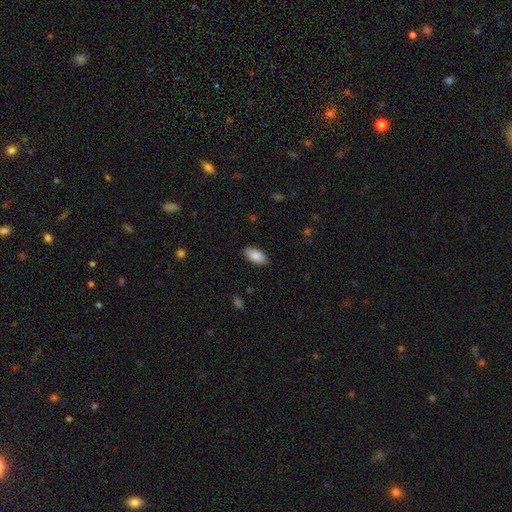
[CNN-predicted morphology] smooth-or-featured: smooth: 89% | star or artifact: 6% | featured or disk: 5%
  how-rounded: in between: 94% | cigar-shaped: 4% | round: 2%
  merging: none: 87% | minor disturbance: 10% | major disturbance: 2% | merger: 1%